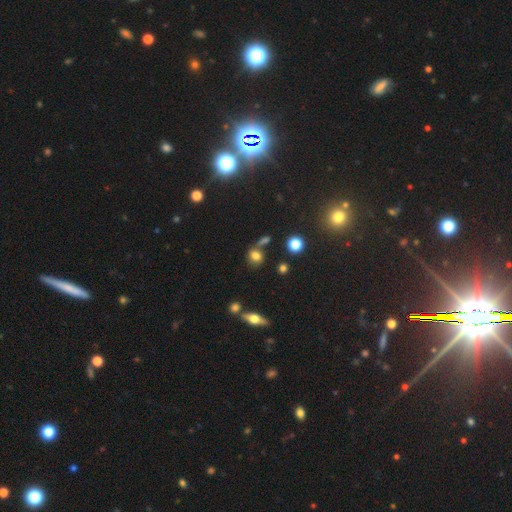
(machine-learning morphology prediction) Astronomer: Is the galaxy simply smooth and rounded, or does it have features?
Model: smooth — 74%.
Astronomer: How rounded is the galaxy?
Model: round — 60% (runner-up: in between, 38%).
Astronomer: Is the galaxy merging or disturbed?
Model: none — 63%.